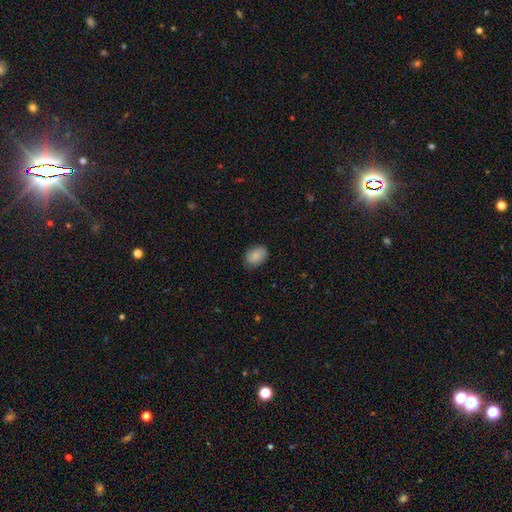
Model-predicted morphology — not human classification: Smooth or featured? smooth (78%)
How rounded? in between (69%)
Merging? none (73%)